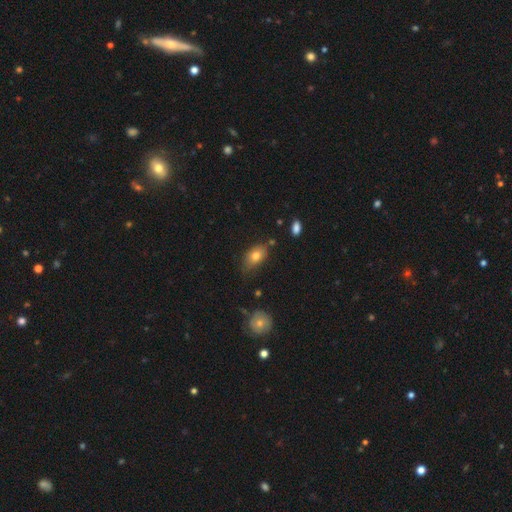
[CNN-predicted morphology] smooth-or-featured: smooth: 77% | featured or disk: 14% | star or artifact: 9%
  how-rounded: in between: 86% | round: 11% | cigar-shaped: 3%
  merging: none: 64% | minor disturbance: 26% | major disturbance: 5% | merger: 4%